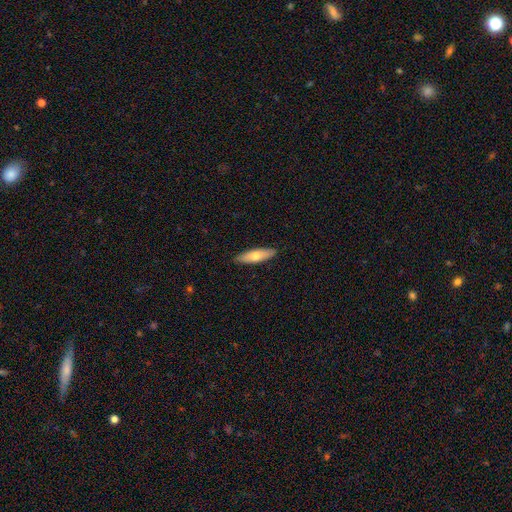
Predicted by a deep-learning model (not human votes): Morphology: type=smooth (64%); roundness=cigar-shaped (58%); merging=none (89%).